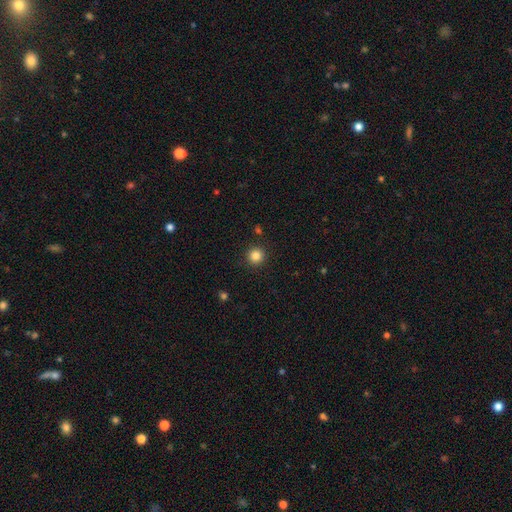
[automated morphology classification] type=smooth (84%); roundness=round (95%); merging=none (92%).